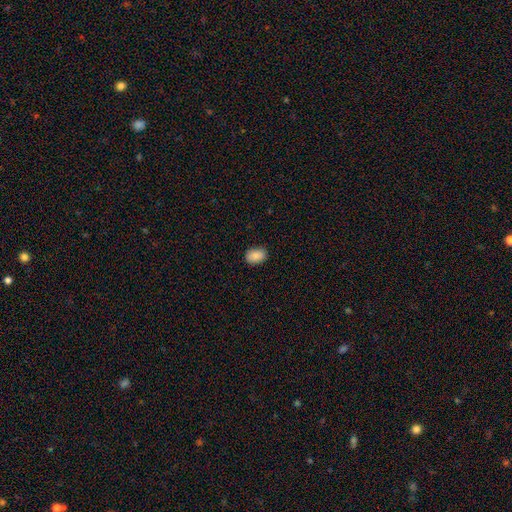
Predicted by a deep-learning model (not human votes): A smooth galaxy with no disk features (87%) that is in between round and cigar-shaped (83%).

Vote fractions:
- Smooth or featured? smooth: 87% / star or artifact: 8% / featured or disk: 5%
- How rounded? in between: 83% / round: 16% / cigar-shaped: 1%
- Merging? none: 87% / minor disturbance: 10% / major disturbance: 2% / merger: 1%